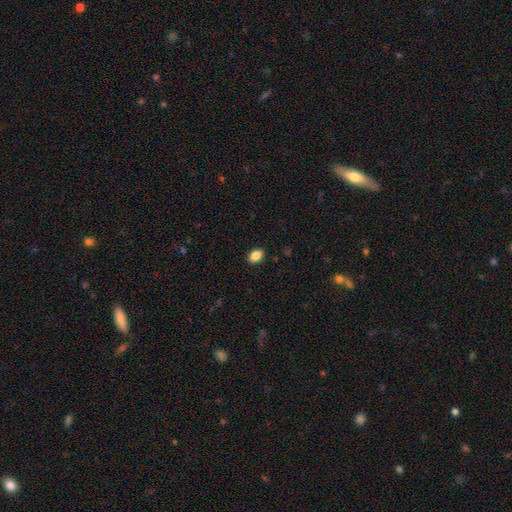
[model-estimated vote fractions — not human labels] Smooth or featured? smooth (87%)
How rounded? in between (78%)
Merging? none (90%)